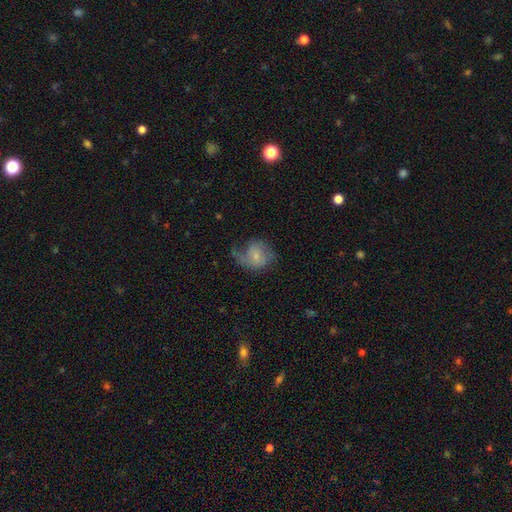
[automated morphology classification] featured or disk 51%, smooth 41%, star or artifact 8%. Down the decision tree: edge-on disk — no (97%); merging — none (42%).